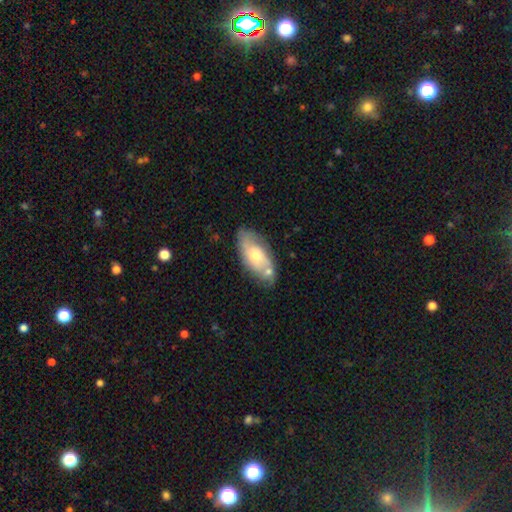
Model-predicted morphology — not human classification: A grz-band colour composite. It shows a smooth galaxy with no disk features (50%). Merging: none (60%).